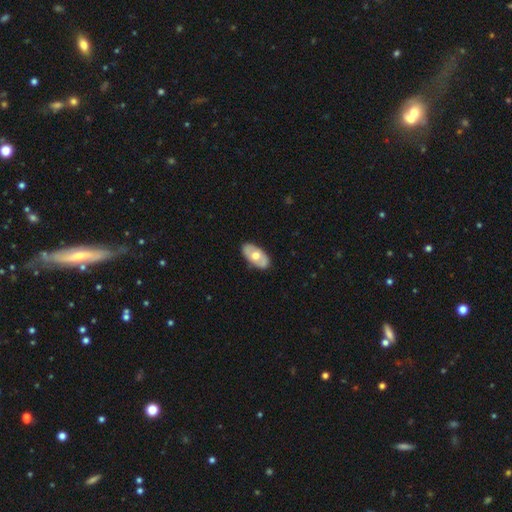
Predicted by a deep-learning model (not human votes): Morphology: type=smooth (51%); roundness=in between (93%); merging=none (85%).